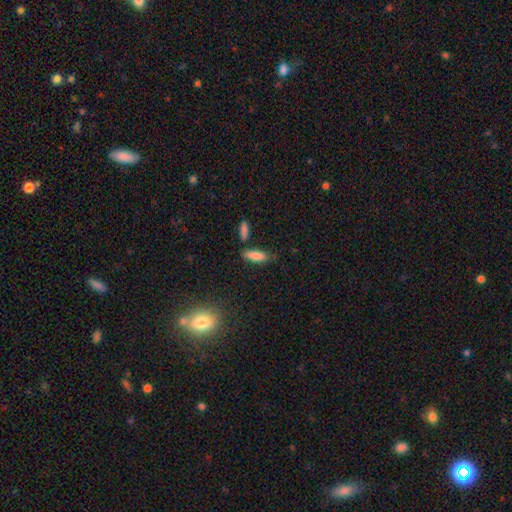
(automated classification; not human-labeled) A smooth galaxy with no disk features (84%) that is in between round and cigar-shaped (60%).

Vote fractions:
- Smooth or featured? smooth: 84% / star or artifact: 8% / featured or disk: 8%
- How rounded? in between: 60% / cigar-shaped: 38% / round: 2%
- Merging? none: 71% / minor disturbance: 15% / merger: 10% / major disturbance: 4%